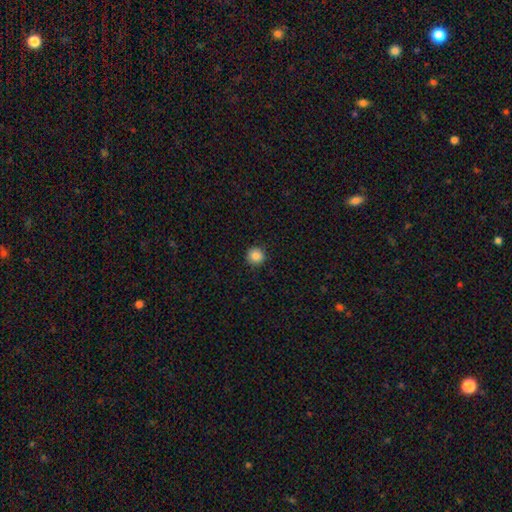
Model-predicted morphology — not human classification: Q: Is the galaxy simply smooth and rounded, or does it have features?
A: smooth — 85%.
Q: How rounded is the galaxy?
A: round — 95%.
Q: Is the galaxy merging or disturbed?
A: none — 92%.